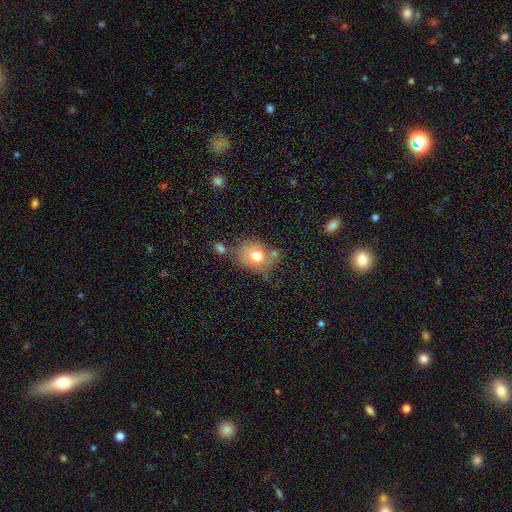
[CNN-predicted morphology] The model was most divided on "how rounded": round: 60%, in between: 39%, cigar-shaped: 1%. More confident: smooth or featured — smooth (72%); merging — none (54%).